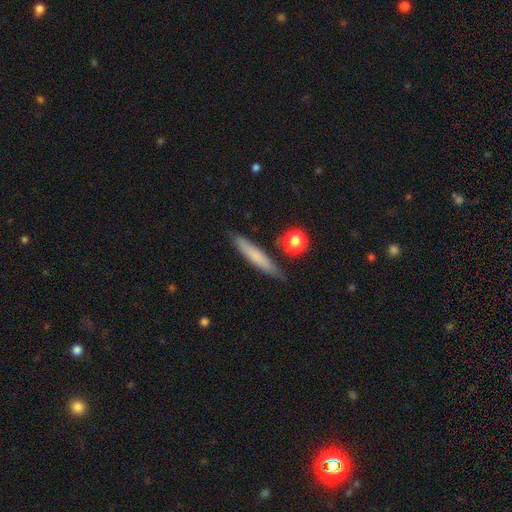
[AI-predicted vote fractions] Overall: smooth (68%). How rounded: cigar-shaped (92%). Merging: none (84%).